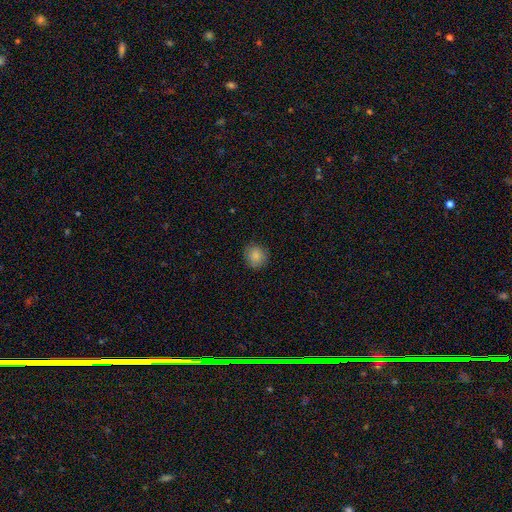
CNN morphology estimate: smooth_or_featured: smooth (p=0.86) [alt: star or artifact p=0.08]
how_rounded: round (p=0.88) [alt: in between p=0.12]
merging: none (p=0.86) [alt: minor disturbance p=0.11]